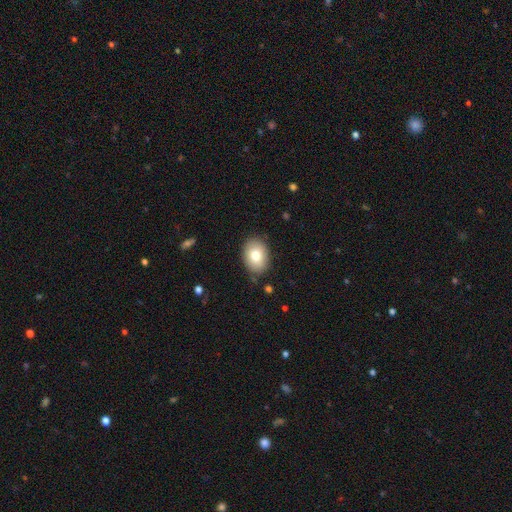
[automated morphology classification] Smooth or featured? smooth (77%)
How rounded? in between (75%)
Merging? none (85%)